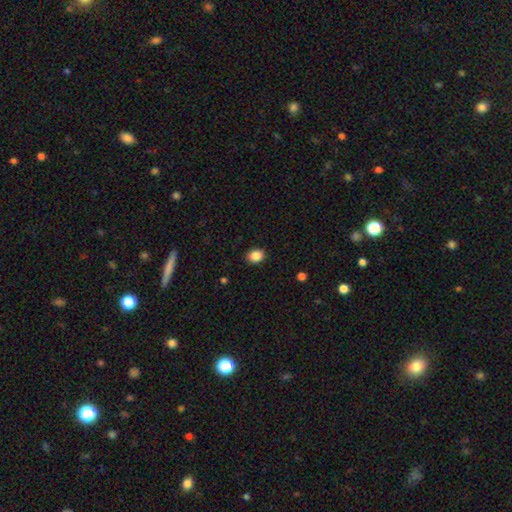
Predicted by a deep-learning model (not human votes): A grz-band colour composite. It shows a smooth galaxy with no disk features (87%) that is in between round and cigar-shaped (50%). Merging: none (89%).